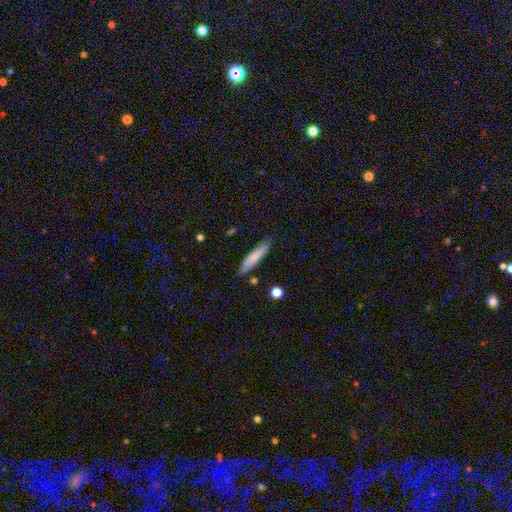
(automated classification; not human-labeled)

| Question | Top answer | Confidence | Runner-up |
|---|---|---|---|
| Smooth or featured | smooth | 76% | featured or disk (18%) |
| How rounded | cigar-shaped | 85% | in between (13%) |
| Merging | none | 79% | minor disturbance (16%) |